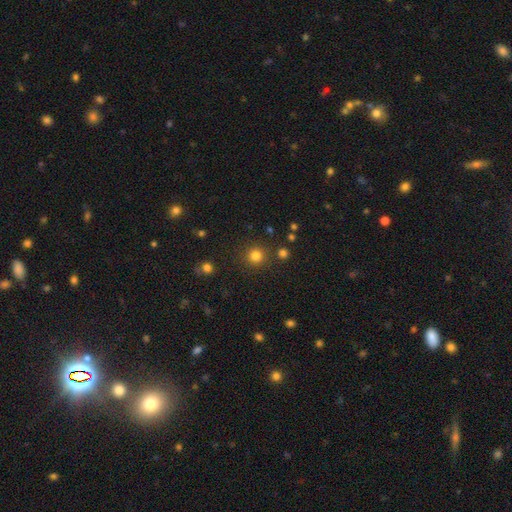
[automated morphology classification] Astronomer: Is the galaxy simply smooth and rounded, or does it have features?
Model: smooth — 80%.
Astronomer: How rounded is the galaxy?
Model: round — 94%.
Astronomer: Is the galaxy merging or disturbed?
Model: none — 87%.